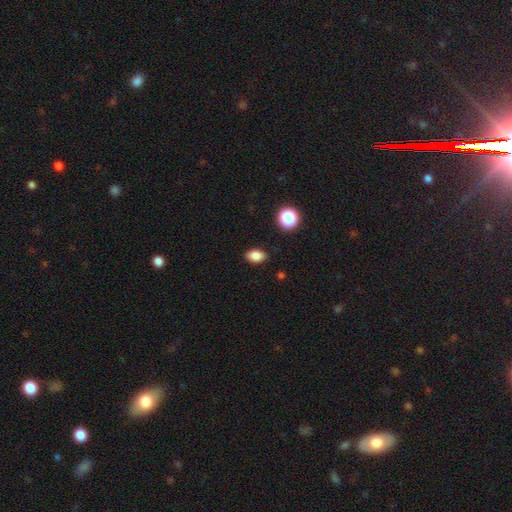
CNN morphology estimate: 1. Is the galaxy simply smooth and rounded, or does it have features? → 84% smooth, 11% star or artifact, 5% featured or disk.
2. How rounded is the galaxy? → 85% in between, 14% round, 1% cigar-shaped.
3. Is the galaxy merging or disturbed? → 88% none, 9% minor disturbance, 2% major disturbance, 1% merger.